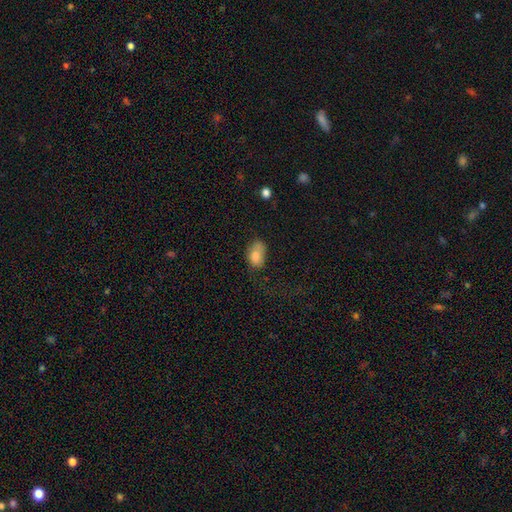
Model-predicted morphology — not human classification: This appears to be a smooth galaxy with no disk features (77%) that is in between round and cigar-shaped (85%). Merging: none (41%).